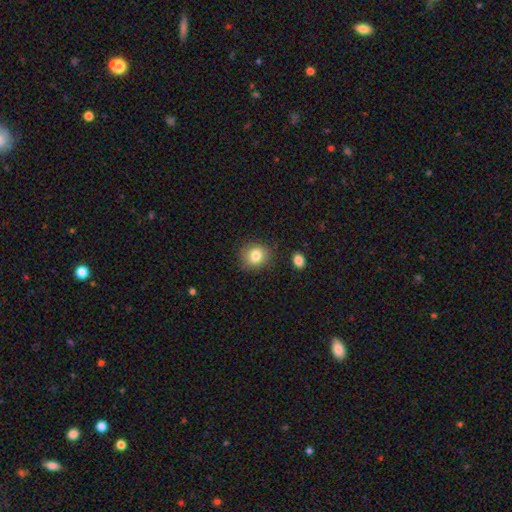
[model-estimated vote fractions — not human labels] Morphology: type=smooth (82%); roundness=round (73%); merging=none (81%).